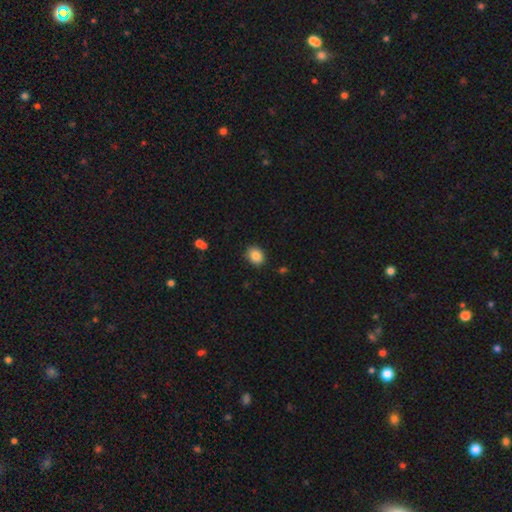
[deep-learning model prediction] Smooth or featured? Predicted: smooth (p=0.86). How rounded? Predicted: round (p=0.53). Merging? Predicted: none (p=0.87).